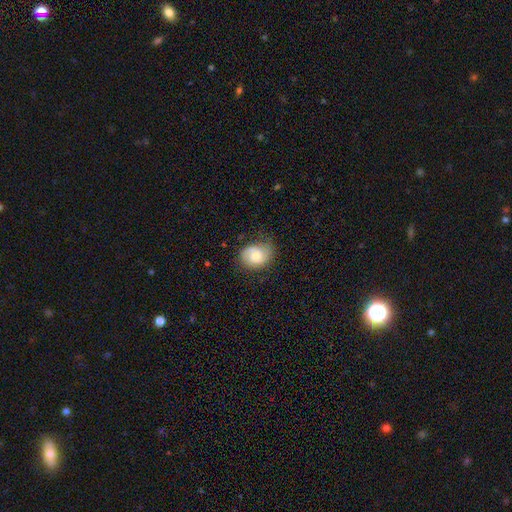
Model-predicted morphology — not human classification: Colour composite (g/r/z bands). It shows a smooth galaxy with no disk features (52%) that is in between round and cigar-shaped (52%). Merging: none (61%).